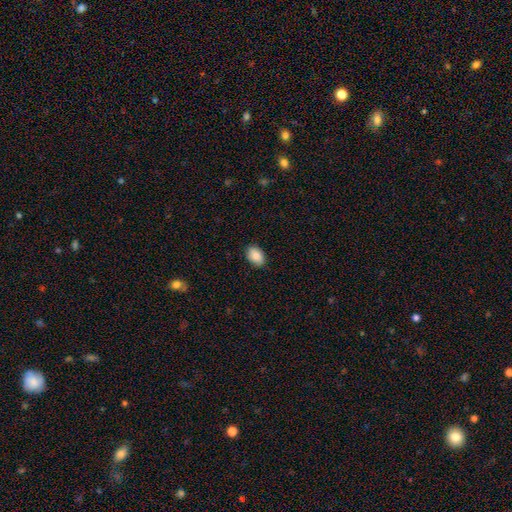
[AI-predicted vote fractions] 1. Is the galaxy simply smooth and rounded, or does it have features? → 89% smooth, 7% star or artifact, 4% featured or disk.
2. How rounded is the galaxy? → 87% in between, 12% round, 1% cigar-shaped.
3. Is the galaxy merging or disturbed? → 86% none, 11% minor disturbance, 2% major disturbance, 1% merger.